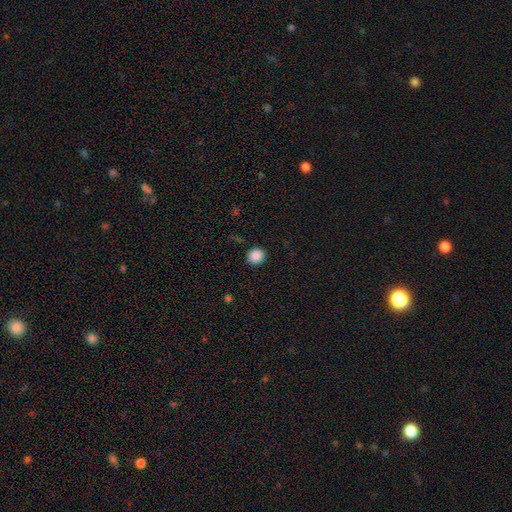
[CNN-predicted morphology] This appears to be a smooth galaxy with no disk features (88%) that is round (85%). Merging: none (90%).